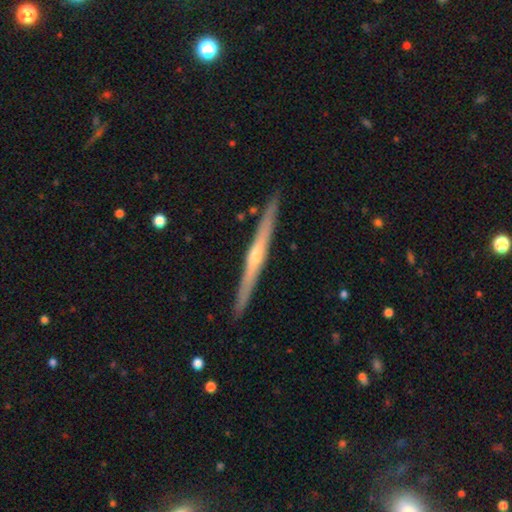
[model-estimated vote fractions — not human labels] smooth-or-featured: featured or disk: 75% | smooth: 20% | star or artifact: 5%
  disk-edge-on: yes: 98% | no: 2%
    edge-on-bulge: rounded: 79% | none: 18% | boxy: 3%
  merging: none: 91% | minor disturbance: 7% | merger: 1% | major disturbance: 1%